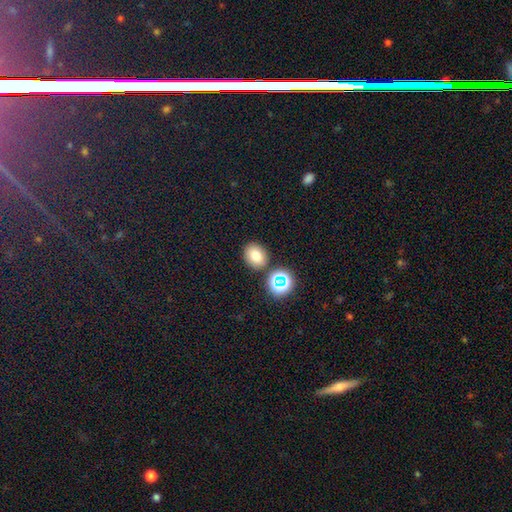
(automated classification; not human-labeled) Smooth or featured?
  - smooth: 76% *
  - star or artifact: 16%
  - featured or disk: 8%
How rounded?
  - round: 54% *
  - in between: 45%
  - cigar-shaped: 1%
Merging?
  - none: 81% *
  - minor disturbance: 9%
  - merger: 7%
  - major disturbance: 3%